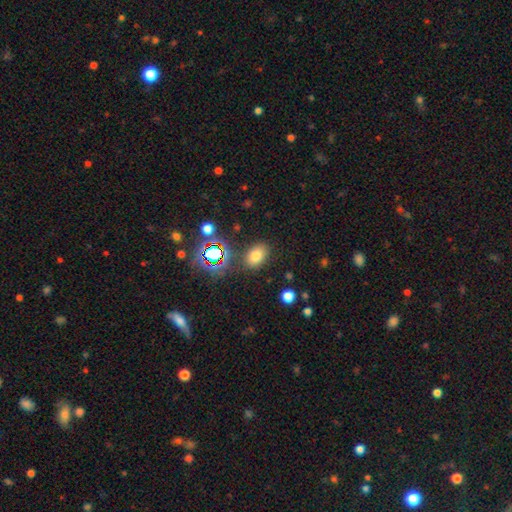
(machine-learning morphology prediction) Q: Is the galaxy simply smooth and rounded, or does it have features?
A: smooth — 71%.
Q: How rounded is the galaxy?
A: in between — 78%.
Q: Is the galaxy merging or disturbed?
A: none — 81%.